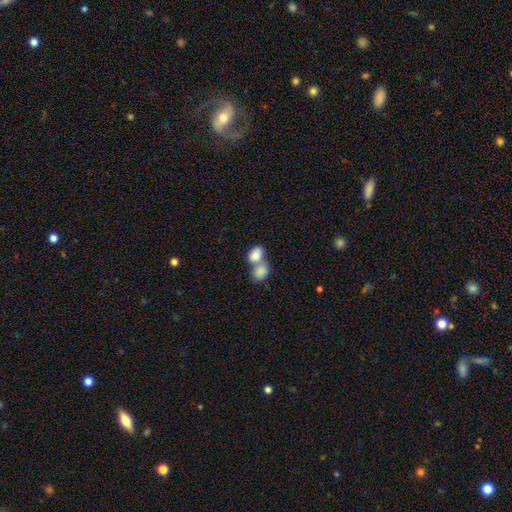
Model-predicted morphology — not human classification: A smooth galaxy with no disk features (82%) that is in between round and cigar-shaped (77%). Merging: merger (73%).